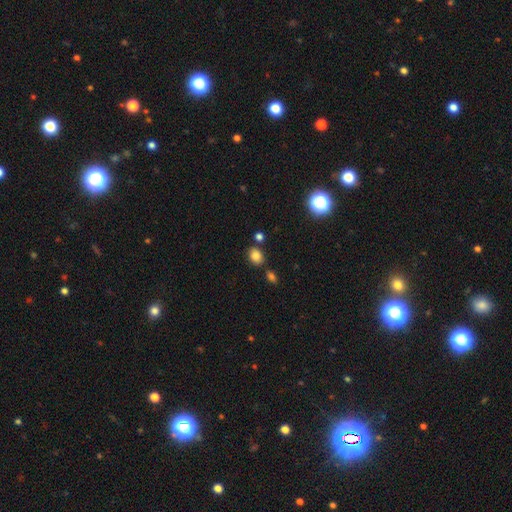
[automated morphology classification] smooth_or_featured: smooth (p=0.81) [alt: star or artifact p=0.12]
how_rounded: in between (p=0.54) [alt: round p=0.45]
merging: none (p=0.77) [alt: minor disturbance p=0.11]